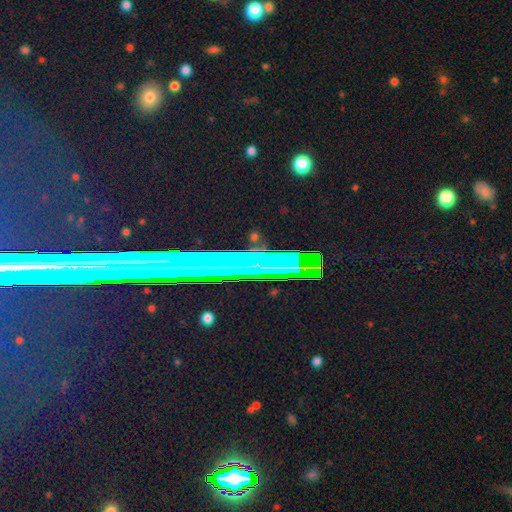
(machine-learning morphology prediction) Q: Smooth or featured?
A: star or artifact (51%); runner-up: featured or disk (30%)